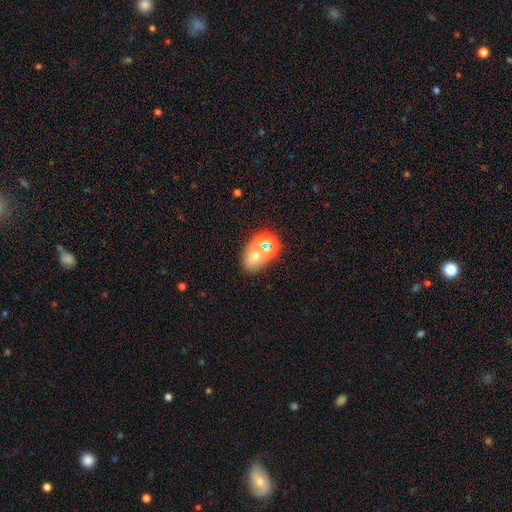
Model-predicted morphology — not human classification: This is possibly a smooth galaxy (50%). Merging: possibly none (48%).